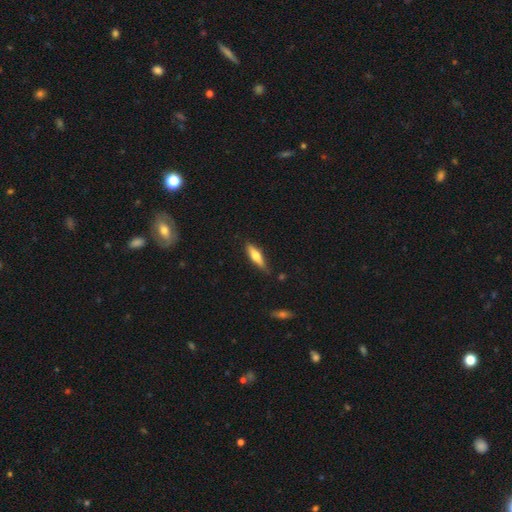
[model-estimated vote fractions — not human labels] smooth-or-featured: smooth: 53% | featured or disk: 41% | star or artifact: 6%
  how-rounded: cigar-shaped: 67% | in between: 31% | round: 2%
  merging: none: 79% | minor disturbance: 16% | major disturbance: 3% | merger: 2%